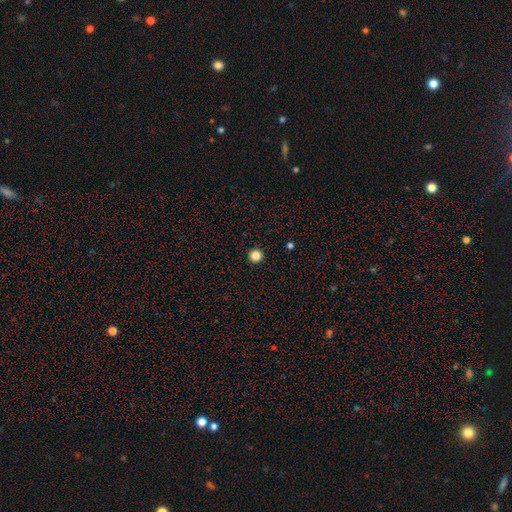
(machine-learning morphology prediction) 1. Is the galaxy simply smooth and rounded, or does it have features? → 85% smooth, 11% star or artifact, 4% featured or disk.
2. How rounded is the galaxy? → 97% round, 2% in between, 1% cigar-shaped.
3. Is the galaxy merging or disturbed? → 94% none, 3% minor disturbance, 1% major disturbance, 1% merger.